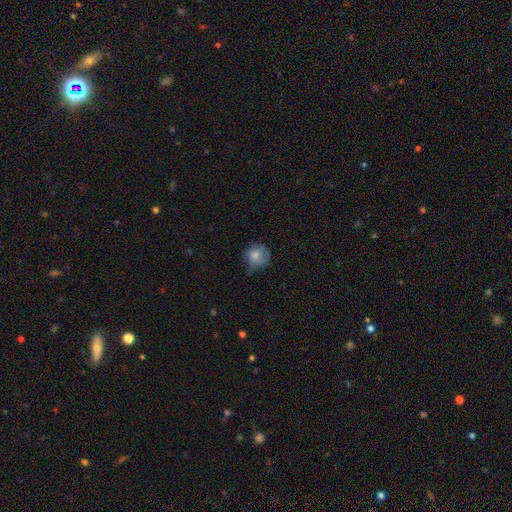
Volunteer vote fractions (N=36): Smooth or featured? 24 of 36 (67%) said smooth. How rounded? 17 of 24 (71%) said round. Merging? 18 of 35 (51%) said minor disturbance.